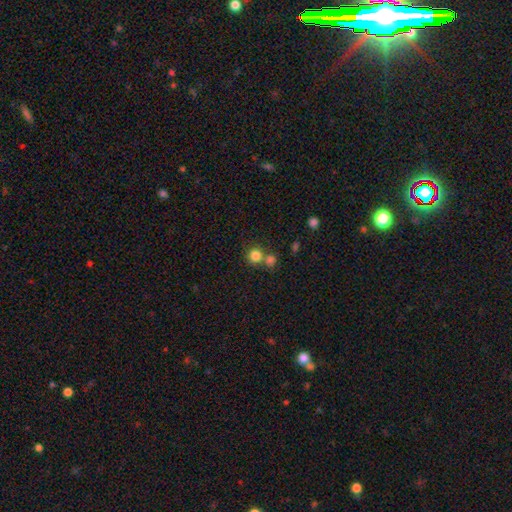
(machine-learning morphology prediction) Smooth or featured? Predicted: smooth (p=0.81). How rounded? Predicted: round (p=0.90). Merging? Predicted: none (p=0.57).